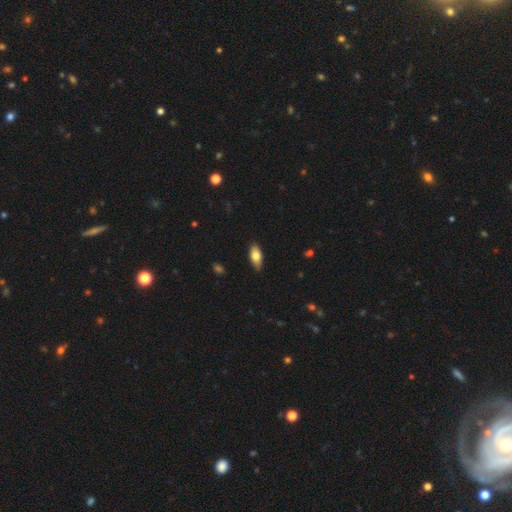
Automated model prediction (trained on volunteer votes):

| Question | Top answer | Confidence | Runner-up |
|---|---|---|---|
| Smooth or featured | smooth | 76% | featured or disk (18%) |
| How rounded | in between | 86% | cigar-shaped (11%) |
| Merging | none | 81% | minor disturbance (15%) |